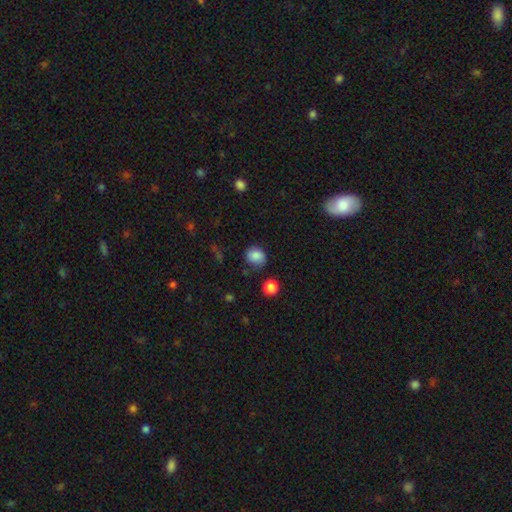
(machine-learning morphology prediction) smooth 84%, star or artifact 10%, featured or disk 6%. Down the decision tree: how rounded — round (73%); merging — none (75%).